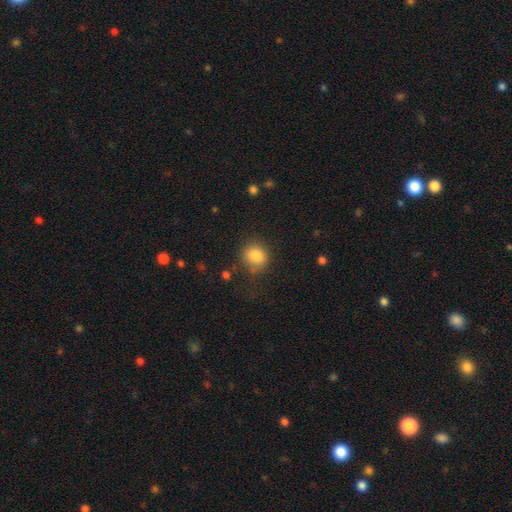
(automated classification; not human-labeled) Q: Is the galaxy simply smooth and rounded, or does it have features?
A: smooth — 83%.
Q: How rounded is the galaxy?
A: round — 83%.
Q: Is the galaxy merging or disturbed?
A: none — 78%.